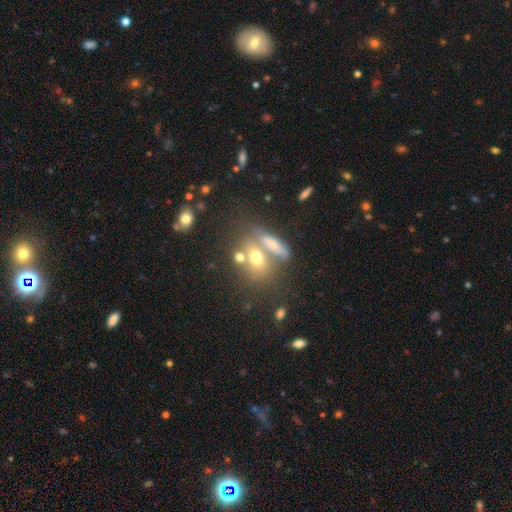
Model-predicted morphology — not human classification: Overall: smooth (55%; featured or disk 29%). How rounded: in between (55%; round 29%). Merging: none (45%; merger 36%).